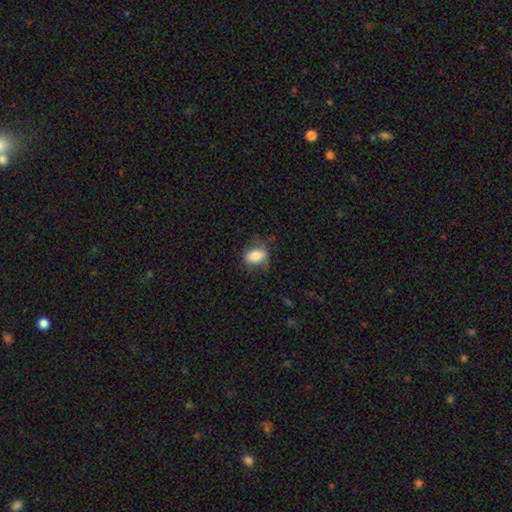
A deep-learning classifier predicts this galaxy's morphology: A smooth galaxy with no disk features (79%) that is in between round and cigar-shaped (84%). Merging: none (56%).